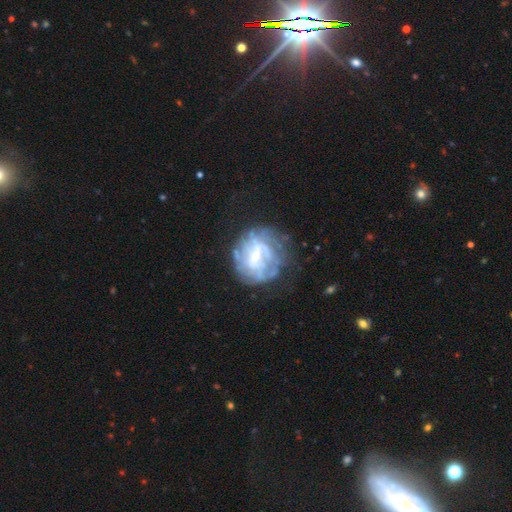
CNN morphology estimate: type=featured or disk (71%); edge-on=no (97%); bar=no (45%); spiral arms=yes (60%); bulge=small (62%); merging=none (62%).